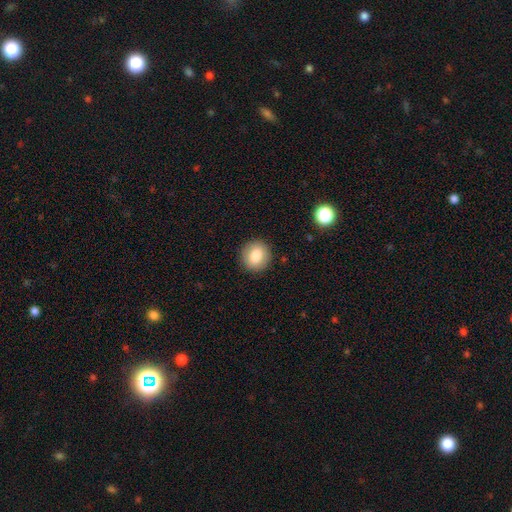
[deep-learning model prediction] smooth_or_featured: smooth (p=0.83) [alt: star or artifact p=0.09]
how_rounded: round (p=0.86) [alt: in between p=0.13]
merging: none (p=0.90) [alt: minor disturbance p=0.06]